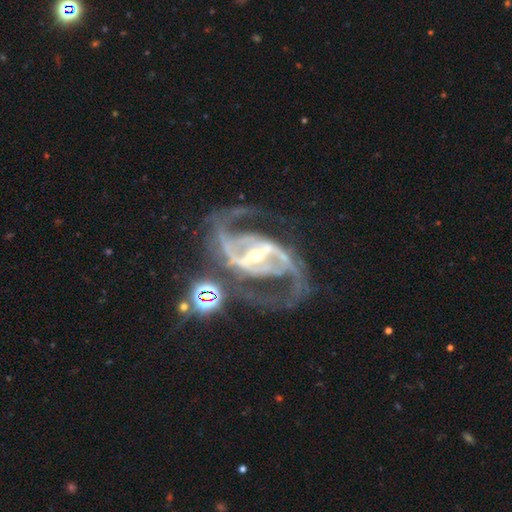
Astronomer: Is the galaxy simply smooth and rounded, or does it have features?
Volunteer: featured or disk — 100%.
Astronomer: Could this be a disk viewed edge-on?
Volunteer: no — 98%.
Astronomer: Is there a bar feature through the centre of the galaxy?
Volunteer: strong — 62%.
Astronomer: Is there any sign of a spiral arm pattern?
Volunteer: yes — 100%.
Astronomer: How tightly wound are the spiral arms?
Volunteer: medium — 62%.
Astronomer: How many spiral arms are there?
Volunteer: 2 — 97%.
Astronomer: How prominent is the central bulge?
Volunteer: moderate — 46%, tied with small at 46%.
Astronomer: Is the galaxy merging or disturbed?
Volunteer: none — 82%.